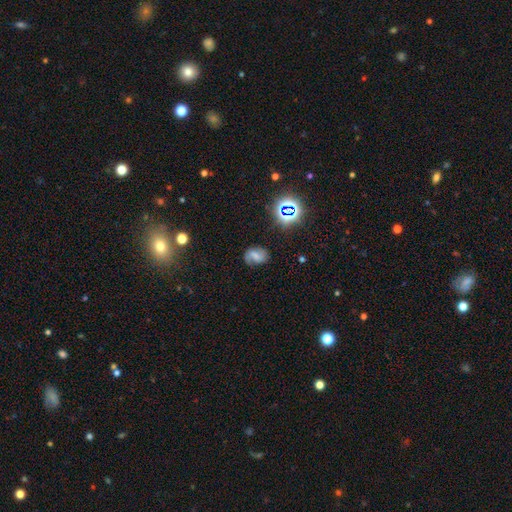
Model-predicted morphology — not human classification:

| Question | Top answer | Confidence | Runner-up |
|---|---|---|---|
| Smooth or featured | featured or disk | 47% | smooth (34%) |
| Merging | none | 64% | minor disturbance (23%) |